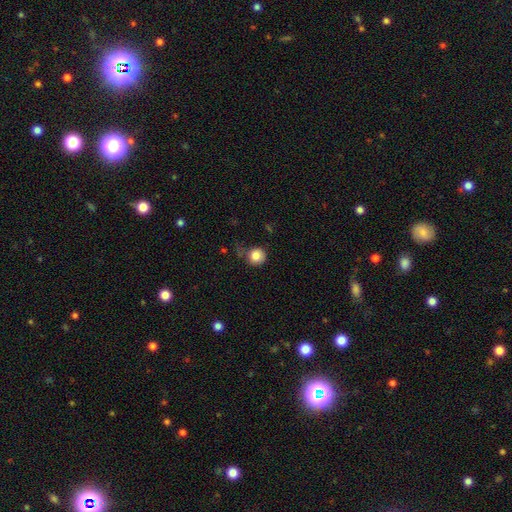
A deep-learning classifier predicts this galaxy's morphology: smooth 83%, star or artifact 10%, featured or disk 7%. Down the decision tree: how rounded — round (90%); merging — none (63%).